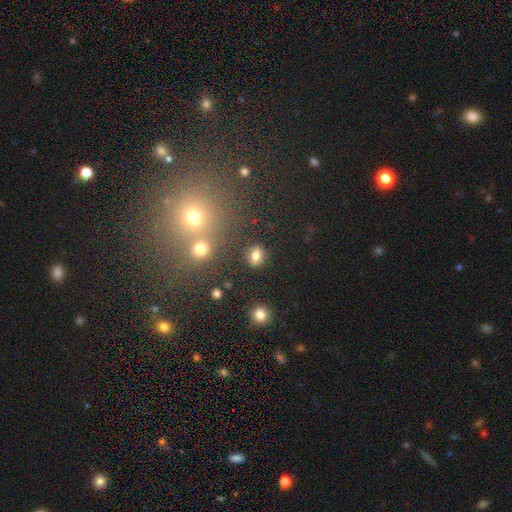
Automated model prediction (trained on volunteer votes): Smooth or featured? smooth (79%)
How rounded? in between (52%)
Merging? none (86%)